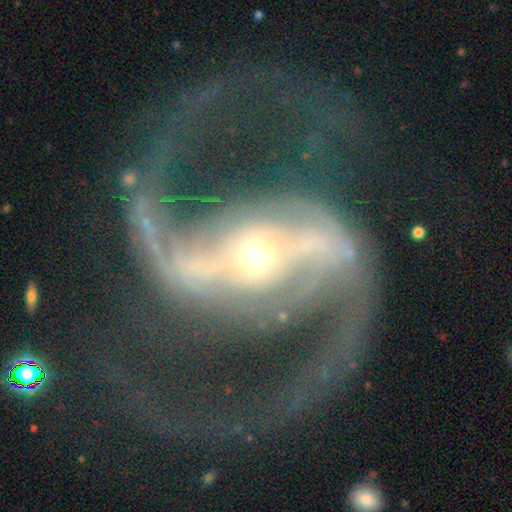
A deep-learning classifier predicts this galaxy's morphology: Smooth or featured? Predicted: featured or disk (p=0.94). Edge-on disk? Predicted: no (p=0.98). Bar? Predicted: strong (p=0.72). Spiral arms? Predicted: yes (p=0.98). Spiral winding? Predicted: medium (p=0.63). Spiral arm count? Predicted: 2 (p=0.95). Bulge size? Predicted: small (p=0.63). Merging? Predicted: none (p=0.79).